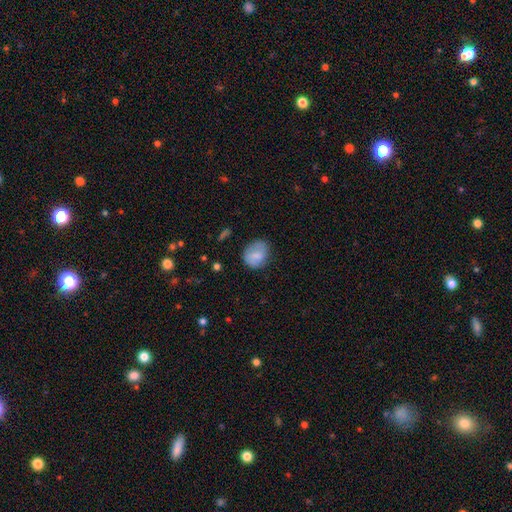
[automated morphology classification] The model was most divided on "how rounded": round: 57%, in between: 42%, cigar-shaped: 1%. More confident: smooth or featured — smooth (76%); merging — none (67%).